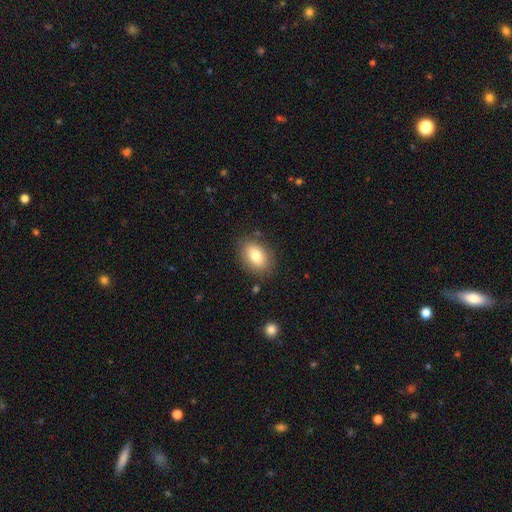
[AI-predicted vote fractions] Smooth or featured? Predicted: smooth (p=0.80). How rounded? Predicted: in between (p=0.83). Merging? Predicted: none (p=0.83).